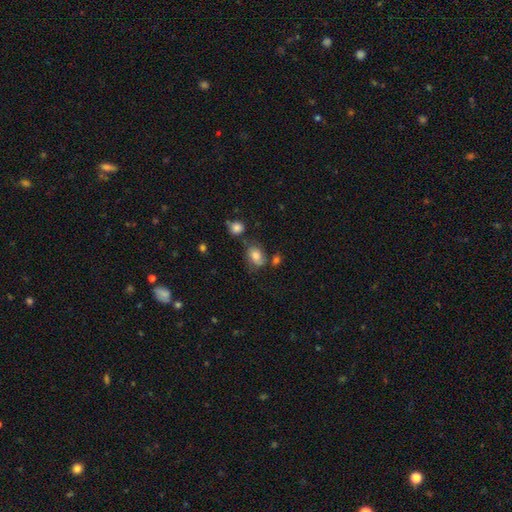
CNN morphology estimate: Overall: smooth (76%). How rounded: in between (74%). Merging: none (58%; minor disturbance 24%).